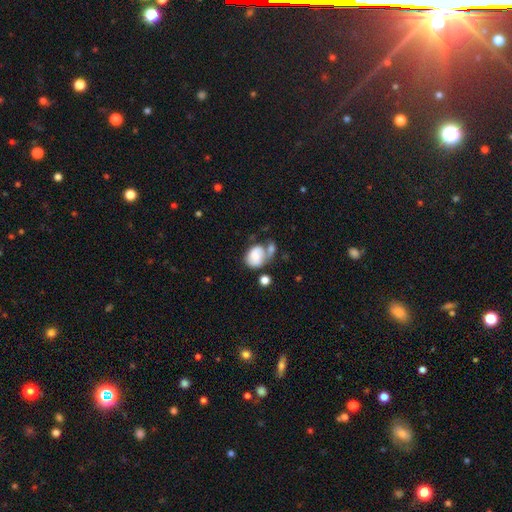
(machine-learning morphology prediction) Smooth or featured? smooth (75%)
How rounded? in between (65%)
Merging? merger (39%)